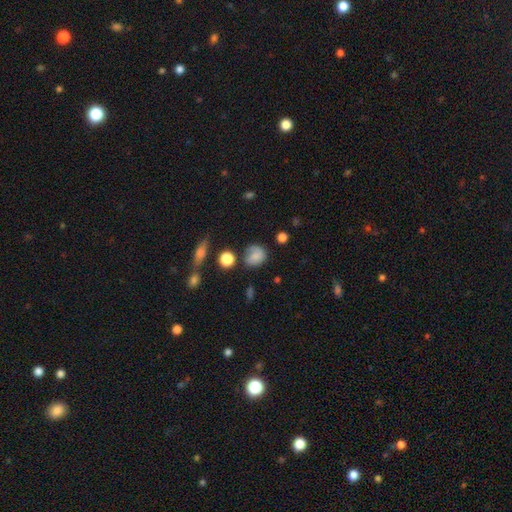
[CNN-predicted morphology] smooth_or_featured: smooth (p=0.71) [alt: featured or disk p=0.18]
how_rounded: round (p=0.71) [alt: in between p=0.28]
merging: none (p=0.57) [alt: minor disturbance p=0.27]